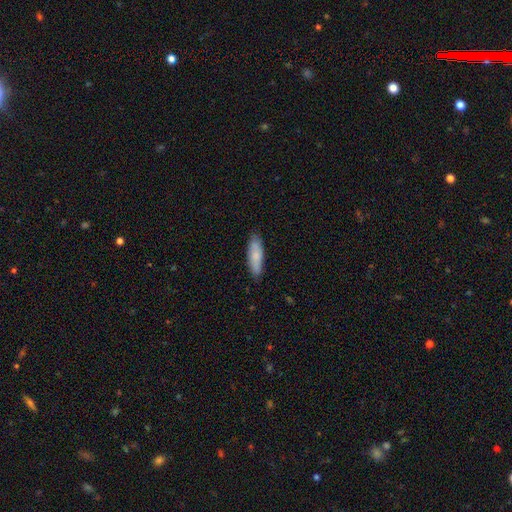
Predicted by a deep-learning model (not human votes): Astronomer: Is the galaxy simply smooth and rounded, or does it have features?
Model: smooth — 78%.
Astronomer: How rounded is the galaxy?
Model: cigar-shaped — 60% (runner-up: in between, 38%).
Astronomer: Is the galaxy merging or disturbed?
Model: none — 86%.